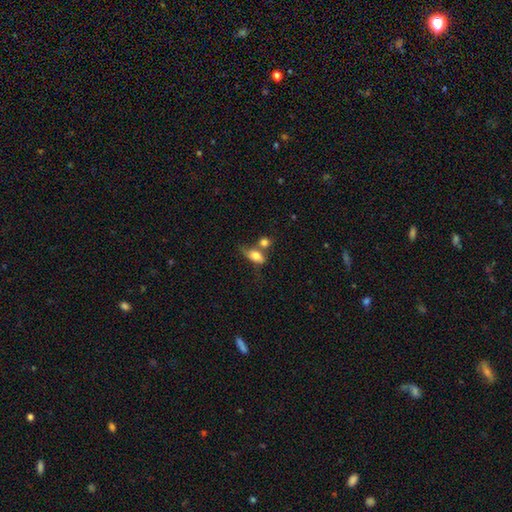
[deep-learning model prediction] Morphology: type=smooth (70%); roundness=in between (78%); merging=merger (36%).